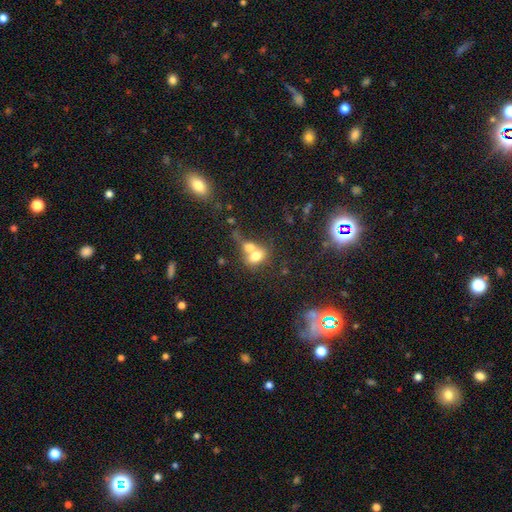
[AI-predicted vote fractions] Overall: smooth (71%). How rounded: in between (67%; round 31%). Merging: merger (67%).